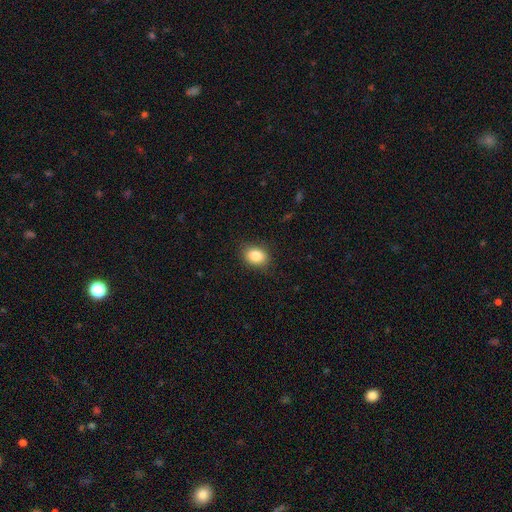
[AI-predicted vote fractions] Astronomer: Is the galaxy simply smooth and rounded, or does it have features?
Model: smooth — 85%.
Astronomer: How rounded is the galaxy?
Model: in between — 67%.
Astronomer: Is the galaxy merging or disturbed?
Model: none — 85%.